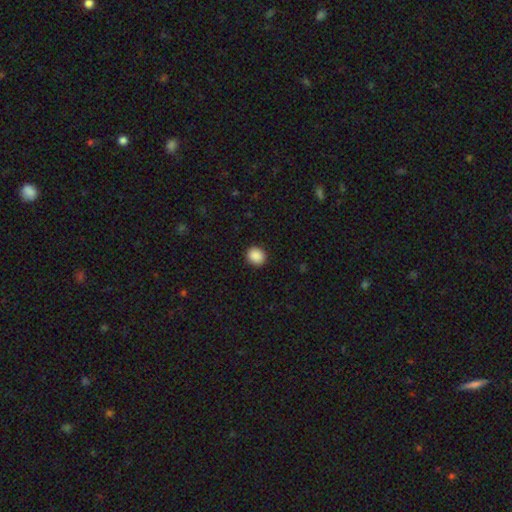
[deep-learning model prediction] Smooth or featured? Predicted: smooth (p=0.89). How rounded? Predicted: round (p=0.77). Merging? Predicted: none (p=0.92).